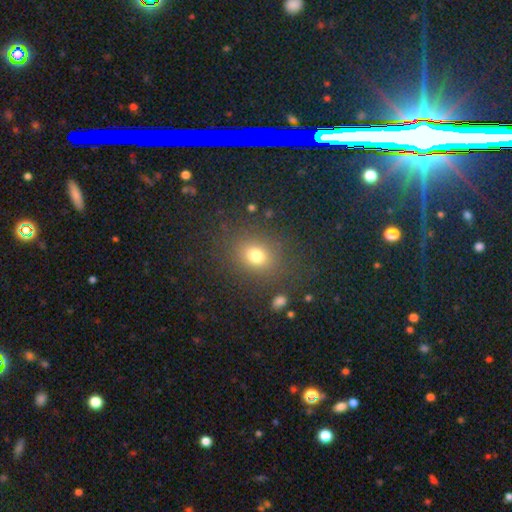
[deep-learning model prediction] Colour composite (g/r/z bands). It shows a smooth galaxy with no disk features (74%) that is round (57%). Merging: none (83%).